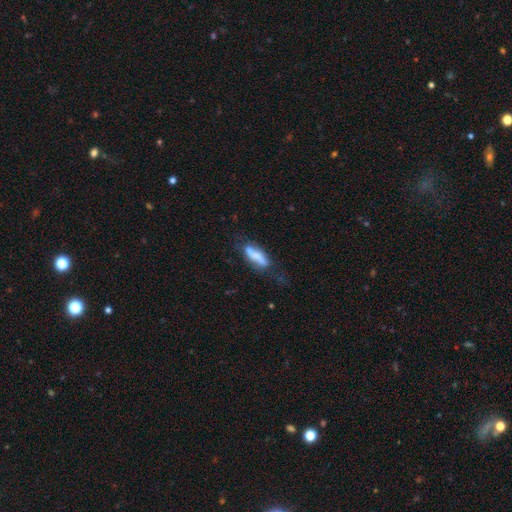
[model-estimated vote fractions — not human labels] This is possibly a smooth galaxy (58%). How rounded: possibly in between (53%). Merging: marginally none (44%).